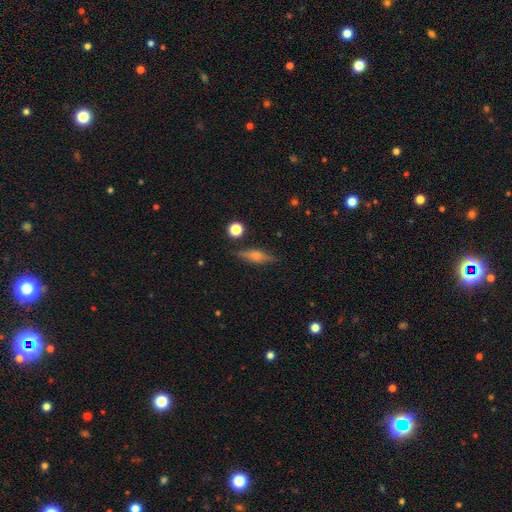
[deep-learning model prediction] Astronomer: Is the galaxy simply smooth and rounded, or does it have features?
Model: featured or disk — 55% (runner-up: smooth, 36%).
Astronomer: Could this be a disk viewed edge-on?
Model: yes — 93%.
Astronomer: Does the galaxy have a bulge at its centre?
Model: rounded — 85%.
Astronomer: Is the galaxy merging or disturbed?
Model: none — 84%.